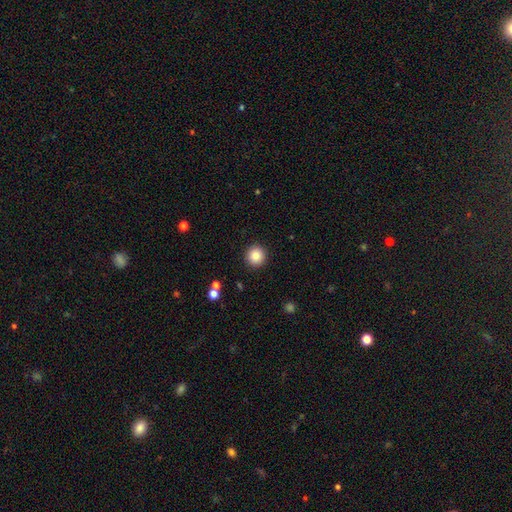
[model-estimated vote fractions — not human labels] Morphology: type=smooth (86%); roundness=round (94%); merging=none (92%).